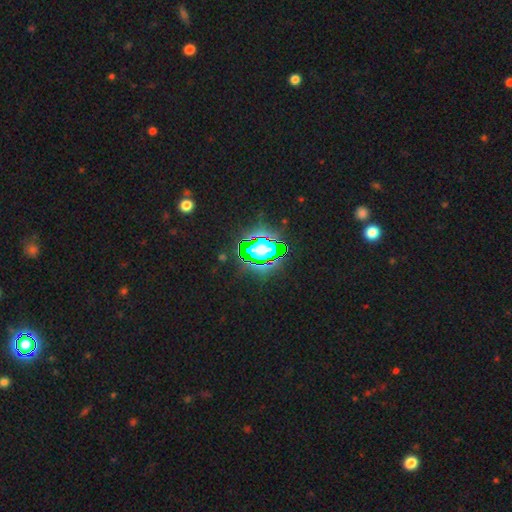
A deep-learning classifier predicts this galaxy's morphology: Smooth or featured?
  - star or artifact: 75% *
  - smooth: 15%
  - featured or disk: 10%